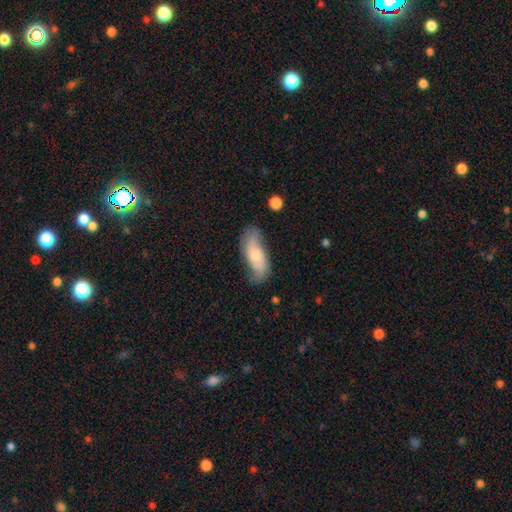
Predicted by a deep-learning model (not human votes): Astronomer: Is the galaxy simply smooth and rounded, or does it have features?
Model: smooth — 53% (runner-up: featured or disk, 40%).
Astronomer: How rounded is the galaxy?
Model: in between — 77%.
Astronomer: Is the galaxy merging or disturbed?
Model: none — 64%.